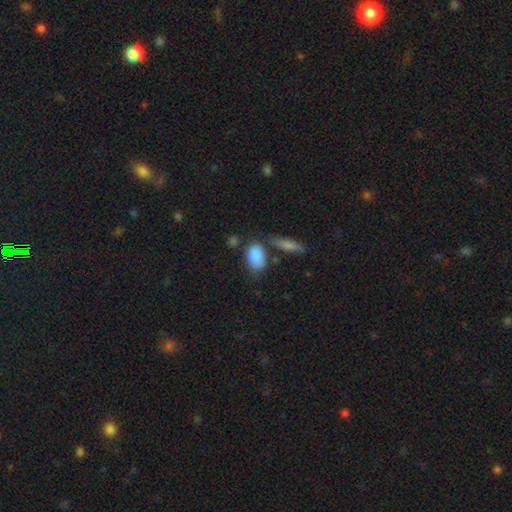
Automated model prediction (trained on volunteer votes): Smooth or featured?
  - smooth: 86% *
  - featured or disk: 7%
  - star or artifact: 7%
How rounded?
  - in between: 88% *
  - round: 10%
  - cigar-shaped: 3%
Merging?
  - none: 60% *
  - minor disturbance: 20%
  - merger: 14%
  - major disturbance: 6%